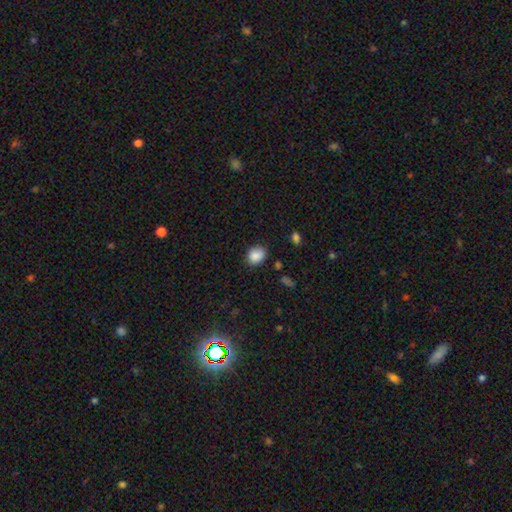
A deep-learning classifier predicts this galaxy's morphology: Smooth or featured?
  - smooth: 87% *
  - star or artifact: 9%
  - featured or disk: 4%
How rounded?
  - round: 53% *
  - in between: 46%
  - cigar-shaped: 1%
Merging?
  - none: 78% *
  - minor disturbance: 16%
  - major disturbance: 3%
  - merger: 2%